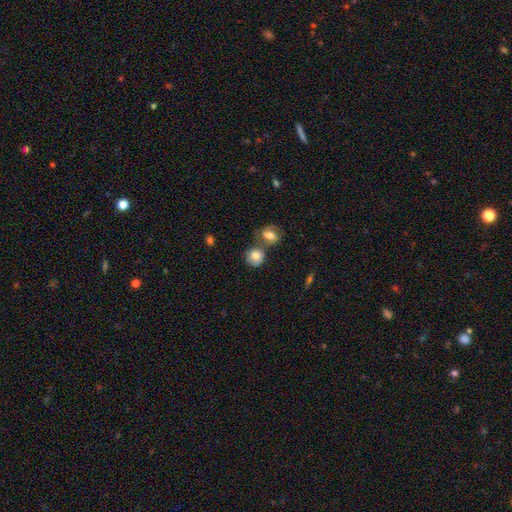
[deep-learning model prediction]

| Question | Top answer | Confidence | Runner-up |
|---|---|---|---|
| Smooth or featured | smooth | 73% | featured or disk (19%) |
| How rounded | round | 76% | in between (23%) |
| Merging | merger | 41% | tied: none (41%) |